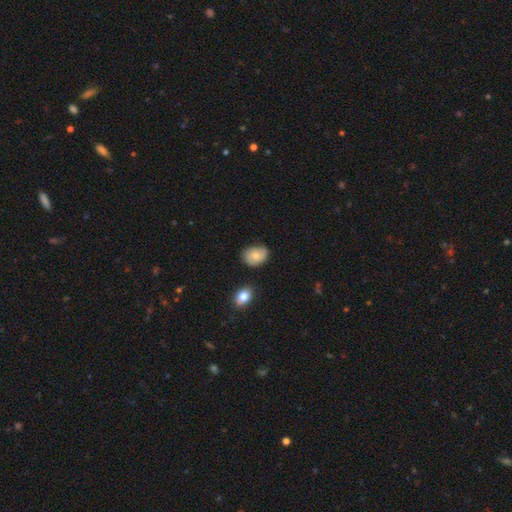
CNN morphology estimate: A smooth galaxy with no disk features (66%) that is in between round and cigar-shaped (67%). Merging: none (68%).